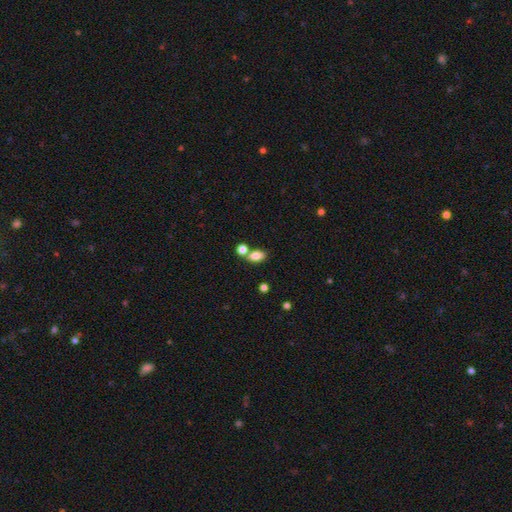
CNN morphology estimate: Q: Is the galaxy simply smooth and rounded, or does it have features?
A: smooth — 82%.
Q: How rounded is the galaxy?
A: in between — 85%.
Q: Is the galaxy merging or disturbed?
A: none — 52%.